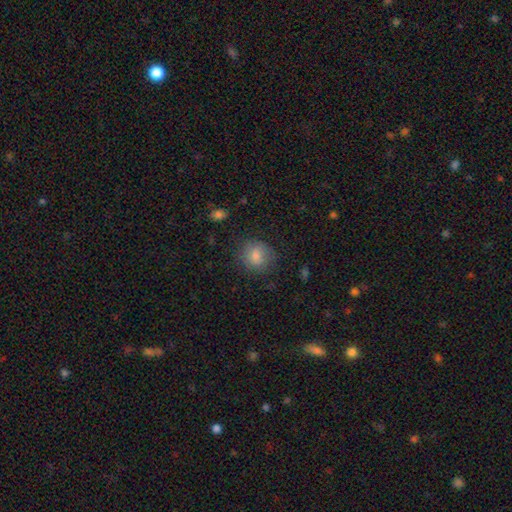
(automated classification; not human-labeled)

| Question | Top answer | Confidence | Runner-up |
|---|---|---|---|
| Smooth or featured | smooth | 80% | star or artifact (11%) |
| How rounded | round | 80% | in between (19%) |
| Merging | none | 80% | minor disturbance (14%) |